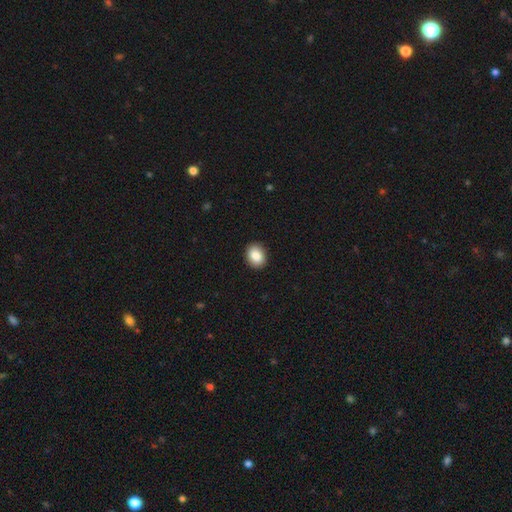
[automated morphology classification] smooth_or_featured: smooth (p=0.87) [alt: star or artifact p=0.08]
how_rounded: in between (p=0.58) [alt: round p=0.42]
merging: none (p=0.91) [alt: minor disturbance p=0.06]